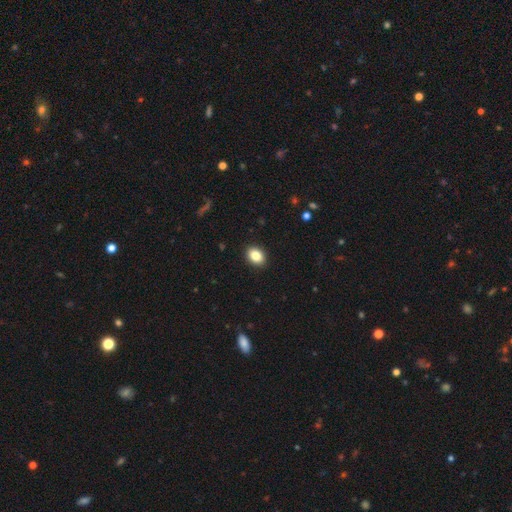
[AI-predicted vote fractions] This is clearly a smooth galaxy (85%). How rounded: likely in between (68%). Merging: clearly none (91%).